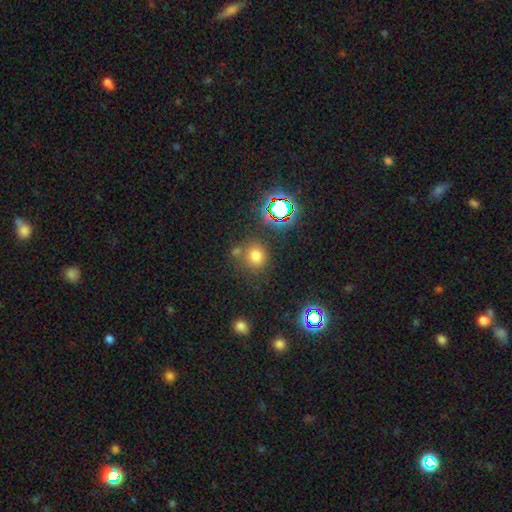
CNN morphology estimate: The model was most divided on "smooth or featured": smooth: 70%, star or artifact: 23%, featured or disk: 7%. More confident: how rounded — round (83%); merging — none (71%).